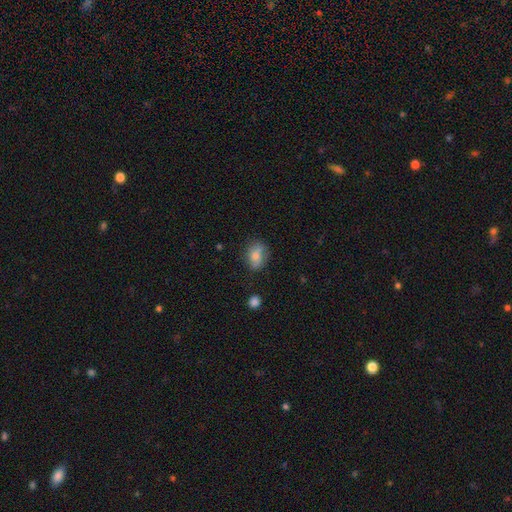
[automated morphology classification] This appears to be a smooth galaxy with no disk features (75%) that is in between round and cigar-shaped (73%). Merging: none (65%).